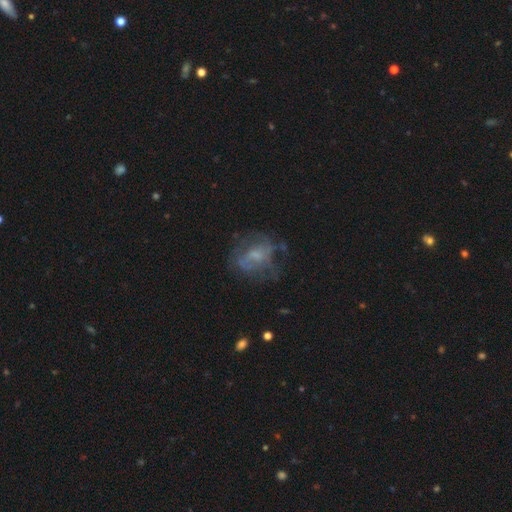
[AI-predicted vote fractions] Smooth or featured? featured or disk (56%)
Edge-on disk? no (97%)
Bar? no (66%)
Spiral arms? no (59%)
Bulge size? small (37%)
Merging? none (52%)